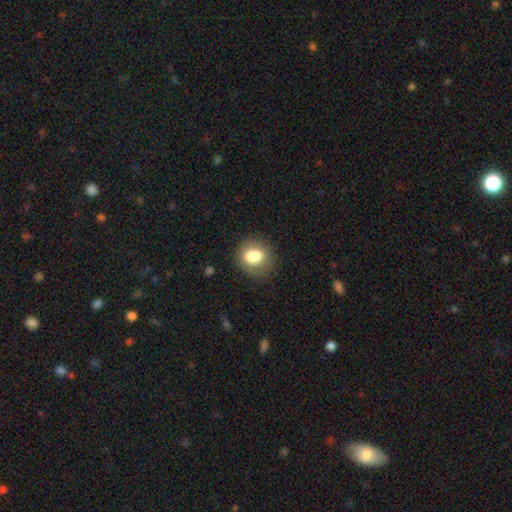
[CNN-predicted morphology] smooth-or-featured: smooth: 82% | star or artifact: 9% | featured or disk: 9%
  how-rounded: round: 69% | in between: 30% | cigar-shaped: 1%
  merging: none: 82% | minor disturbance: 13% | major disturbance: 4% | merger: 1%